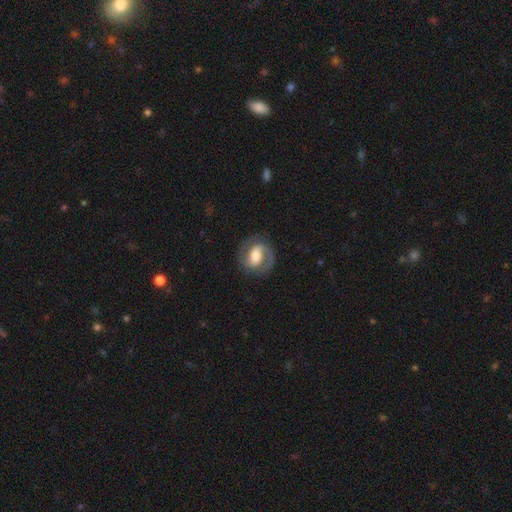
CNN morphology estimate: Smooth or featured? Predicted: featured or disk (p=0.76). Edge-on disk? Predicted: no (p=0.97). Bar? Predicted: weak (p=0.40). Spiral arms? Predicted: yes (p=0.90). Spiral winding? Predicted: medium (p=0.49). Spiral arm count? Predicted: 2 (p=0.85). Bulge size? Predicted: moderate (p=0.57). Merging? Predicted: none (p=0.80).